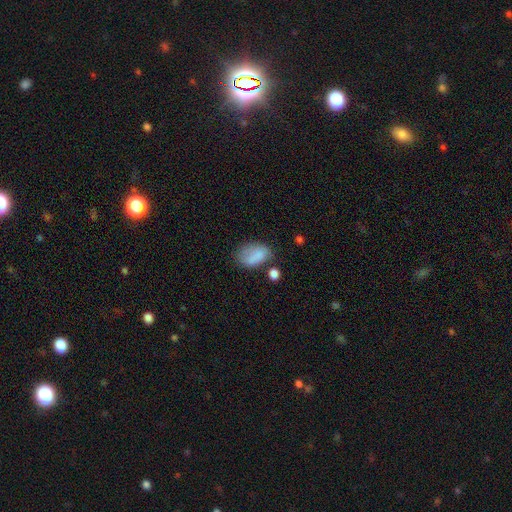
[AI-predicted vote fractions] Smooth or featured? Predicted: smooth (p=0.78). How rounded? Predicted: in between (p=0.88). Merging? Predicted: none (p=0.47).